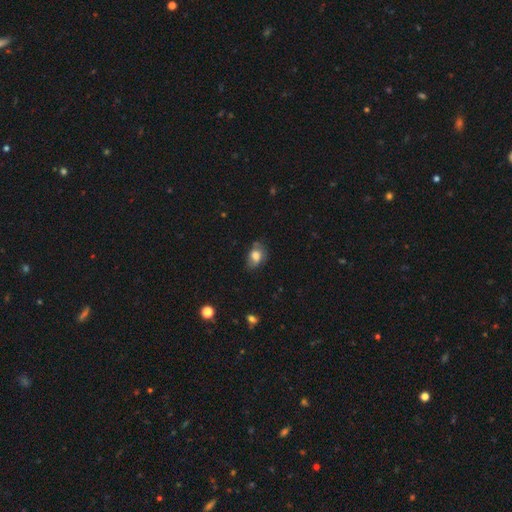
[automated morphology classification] type=smooth (68%); roundness=in between (76%); merging=none (51%).